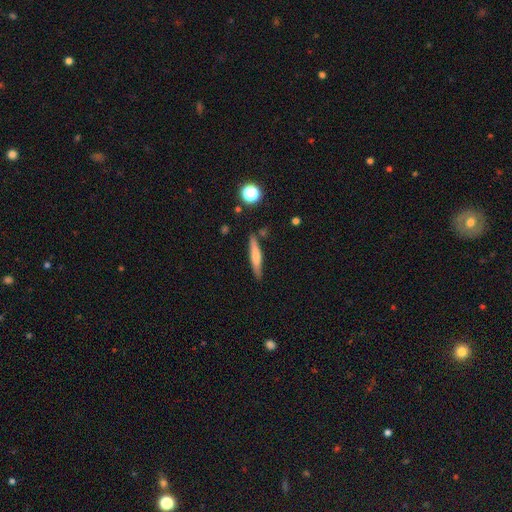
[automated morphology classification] Overall: smooth (61%; featured or disk 32%). How rounded: cigar-shaped (89%). Merging: none (83%).